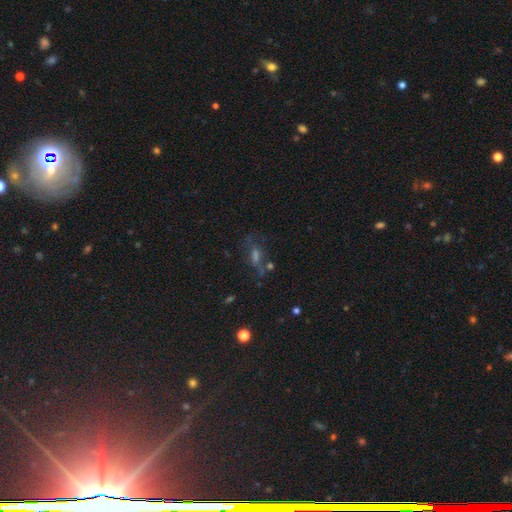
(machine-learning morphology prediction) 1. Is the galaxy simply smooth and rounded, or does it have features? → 35% featured or disk (tied), 35% star or artifact (tied), 30% smooth.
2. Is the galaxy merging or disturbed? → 53% none, 18% minor disturbance, 17% major disturbance, 11% merger.